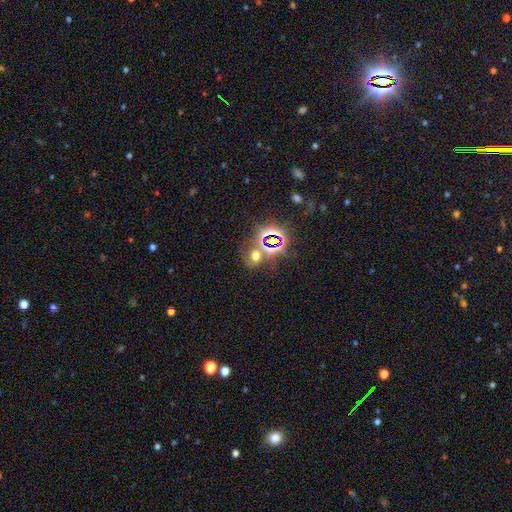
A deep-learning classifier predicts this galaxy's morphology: smooth-or-featured: star or artifact: 48% | smooth: 42% | featured or disk: 10%